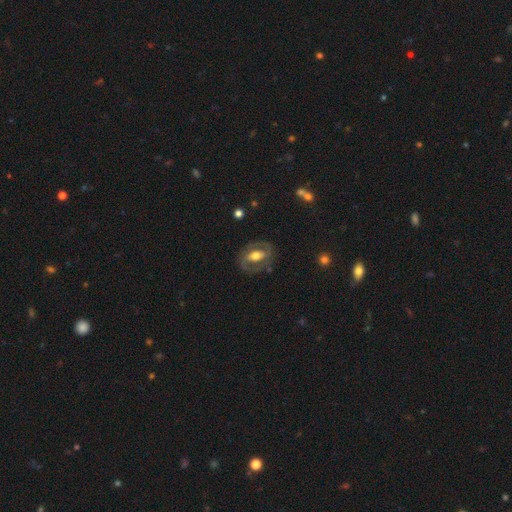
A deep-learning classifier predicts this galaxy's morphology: smooth_or_featured: featured or disk (p=0.67) [alt: smooth p=0.27]
disk_edge_on: no (p=0.93) [alt: yes p=0.07]
bar: strong (p=0.34) [tied with: weak p=0.34]
has_spiral_arms: yes (p=0.64) [alt: no p=0.36]
bulge_size: moderate (p=0.63) [alt: large p=0.23]
merging: none (p=0.76) [alt: minor disturbance p=0.15]